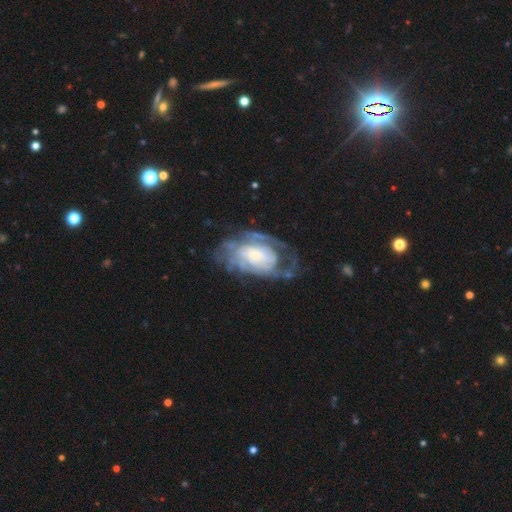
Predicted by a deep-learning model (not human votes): smooth_or_featured: featured or disk (p=0.76) [alt: smooth p=0.18]
disk_edge_on: no (p=0.95) [alt: yes p=0.05]
bar: no (p=0.73) [alt: weak p=0.21]
has_spiral_arms: yes (p=0.77) [alt: no p=0.23]
spiral_winding: tight (p=0.59) [alt: medium p=0.28]
spiral_arm_count: can't tell (p=0.59) [alt: 2 p=0.15]
bulge_size: small (p=0.56) [alt: moderate p=0.26]
merging: none (p=0.51) [alt: major disturbance p=0.24]